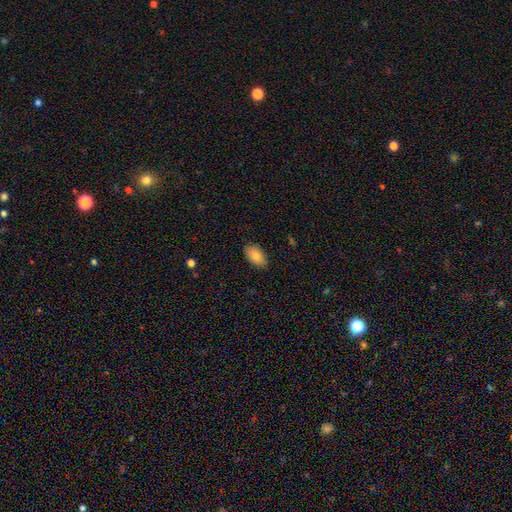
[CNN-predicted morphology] type=smooth (83%); roundness=in between (93%); merging=none (86%).